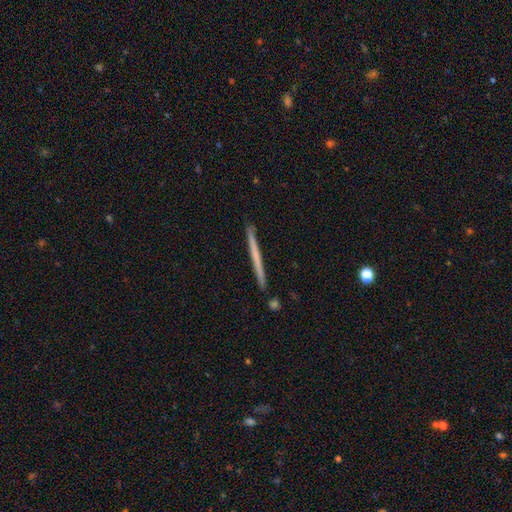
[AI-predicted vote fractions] Smooth or featured? featured or disk (47%, tied with smooth)
Merging? none (91%)